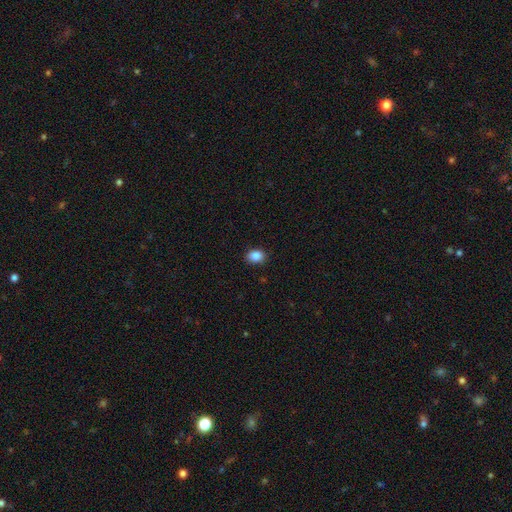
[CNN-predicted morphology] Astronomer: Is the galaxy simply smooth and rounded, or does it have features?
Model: smooth — 88%.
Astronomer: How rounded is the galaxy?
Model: in between — 68%.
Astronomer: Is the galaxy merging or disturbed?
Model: none — 87%.